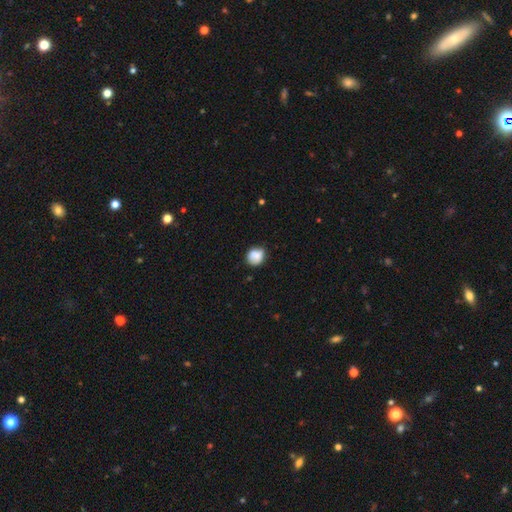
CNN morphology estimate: Smooth or featured?
  - smooth: 80% *
  - featured or disk: 12%
  - star or artifact: 9%
How rounded?
  - round: 75% *
  - in between: 24%
  - cigar-shaped: 1%
Merging?
  - none: 60% *
  - minor disturbance: 26%
  - merger: 7%
  - major disturbance: 6%